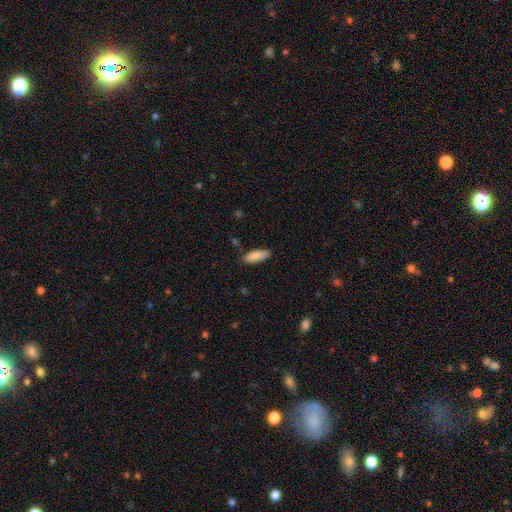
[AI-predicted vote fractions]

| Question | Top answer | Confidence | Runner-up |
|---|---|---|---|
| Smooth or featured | smooth | 86% | featured or disk (8%) |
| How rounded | in between | 75% | cigar-shaped (24%) |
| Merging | none | 82% | minor disturbance (14%) |